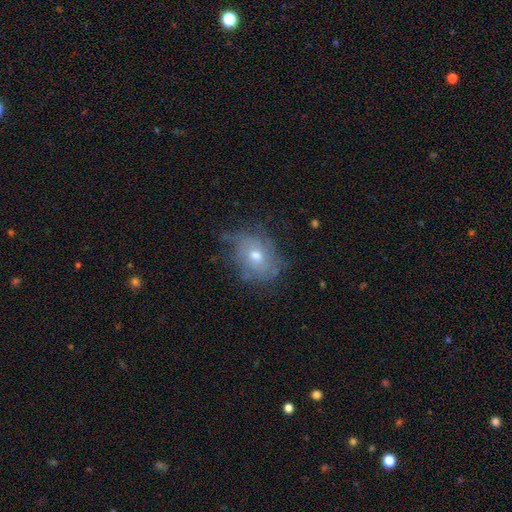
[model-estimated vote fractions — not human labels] smooth 46%, featured or disk 42%, star or artifact 12%. Down the decision tree: merging — none (56%).